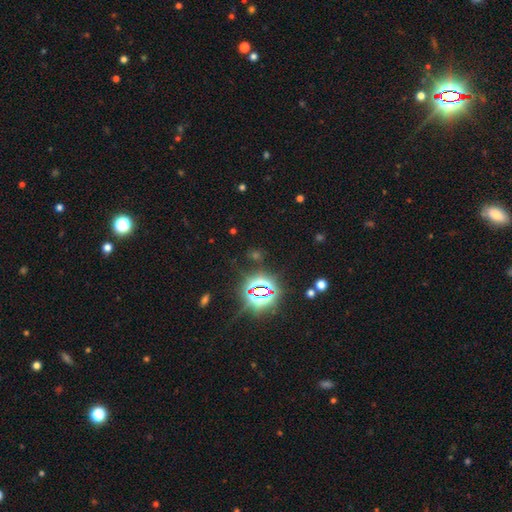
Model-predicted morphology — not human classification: Smooth or featured?
  - star or artifact: 78% *
  - smooth: 14%
  - featured or disk: 8%